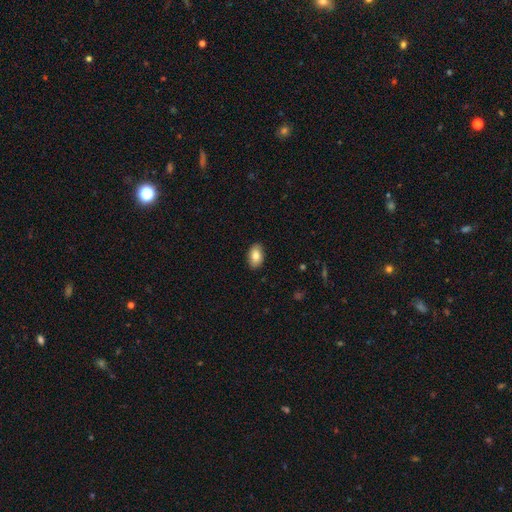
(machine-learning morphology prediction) smooth_or_featured: smooth (p=0.82) [alt: featured or disk p=0.11]
how_rounded: in between (p=0.91) [alt: round p=0.07]
merging: none (p=0.89) [alt: minor disturbance p=0.09]